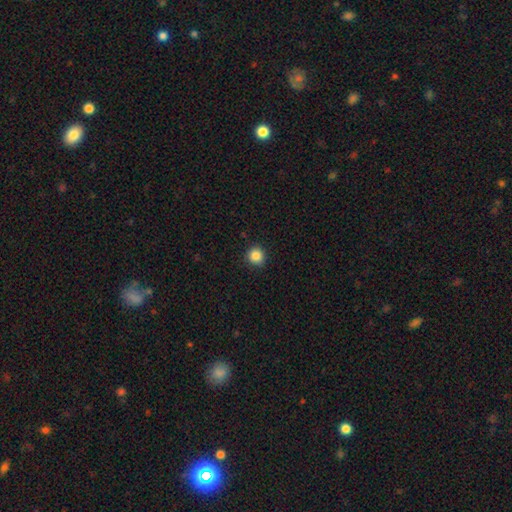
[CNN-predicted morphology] type=smooth (86%); roundness=round (93%); merging=none (92%).